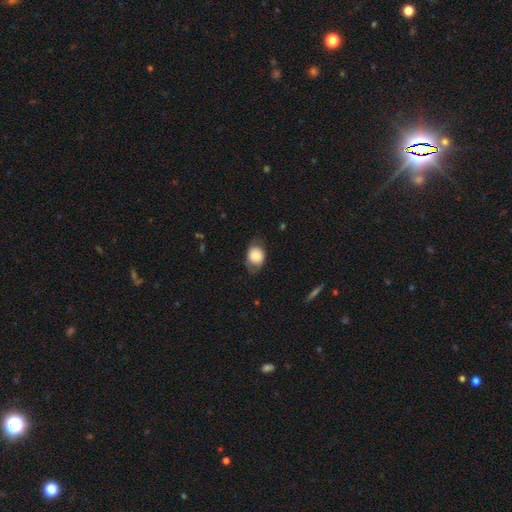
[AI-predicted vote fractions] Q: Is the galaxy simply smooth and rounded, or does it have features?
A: smooth — 76%.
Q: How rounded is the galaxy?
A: in between — 62%.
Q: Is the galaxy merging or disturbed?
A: none — 66%.